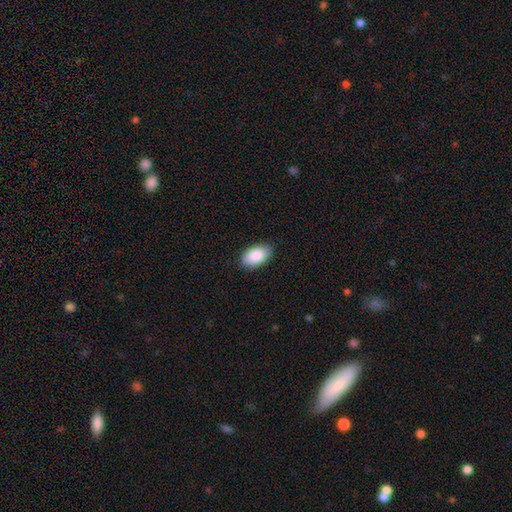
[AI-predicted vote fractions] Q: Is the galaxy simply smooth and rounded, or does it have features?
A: smooth — 89%.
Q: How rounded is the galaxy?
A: in between — 94%.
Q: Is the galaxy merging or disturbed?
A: none — 86%.